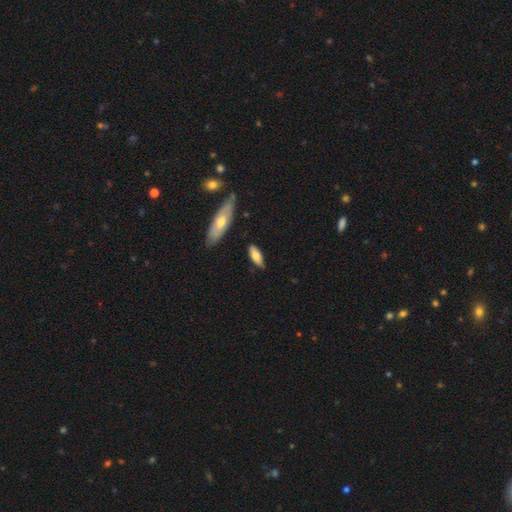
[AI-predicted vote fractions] Morphology: type=smooth (72%); roundness=in between (68%); merging=none (77%).